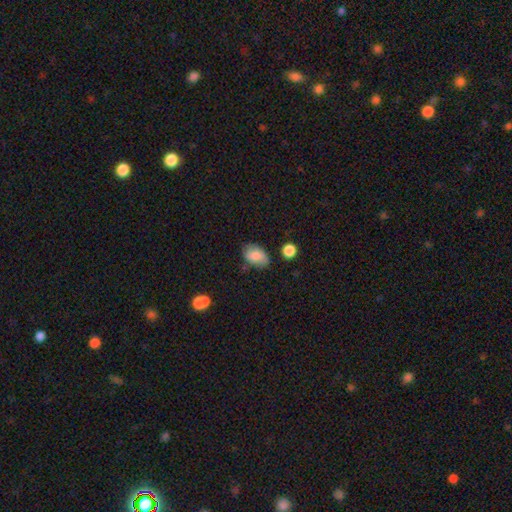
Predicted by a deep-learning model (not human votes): smooth_or_featured: smooth (p=0.81) [alt: featured or disk p=0.12]
how_rounded: in between (p=0.87) [alt: round p=0.12]
merging: none (p=0.69) [alt: minor disturbance p=0.23]